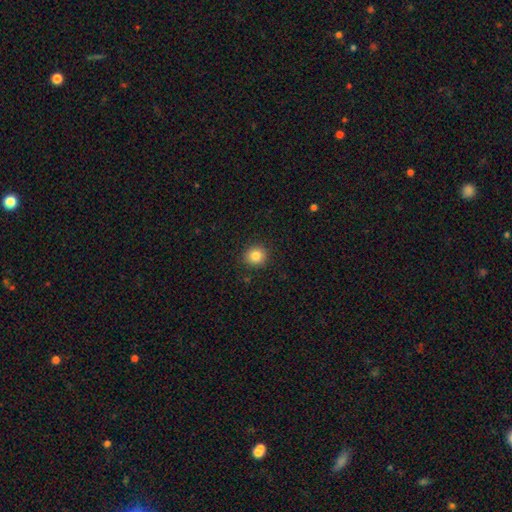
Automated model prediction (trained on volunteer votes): This is clearly a smooth galaxy (84%). How rounded: clearly round (89%). Merging: clearly none (90%).